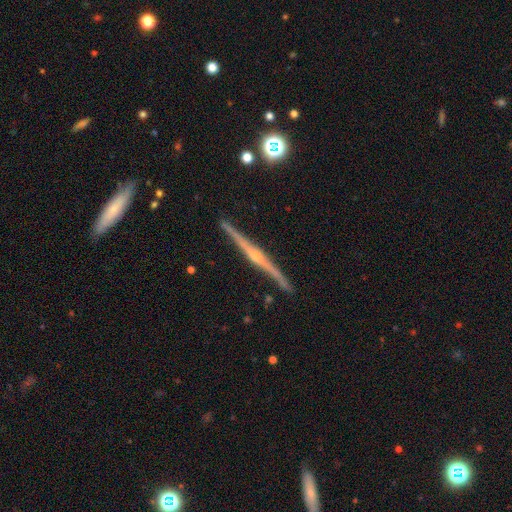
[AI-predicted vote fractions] featured or disk 87%, smooth 8%, star or artifact 5%. Down the decision tree: edge-on disk — yes (98%); edge-on bulge — rounded (85%); merging — none (90%).